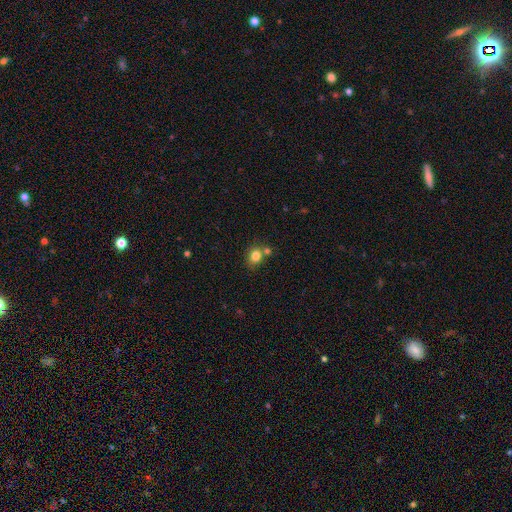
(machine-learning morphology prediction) smooth_or_featured: smooth (p=0.81) [alt: star or artifact p=0.11]
how_rounded: round (p=0.54) [alt: in between p=0.45]
merging: none (p=0.62) [alt: merger p=0.21]